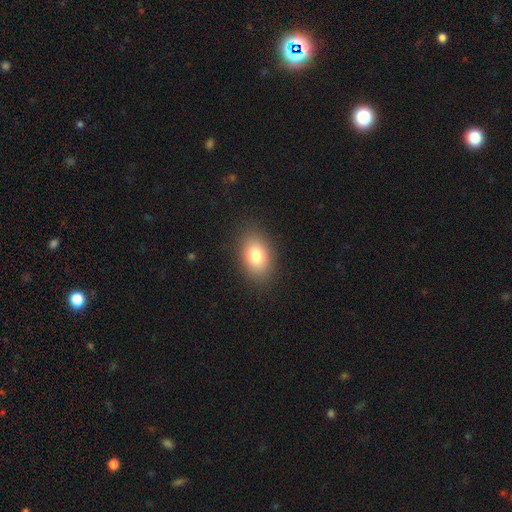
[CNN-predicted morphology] Q: Smooth or featured?
A: smooth (79%); runner-up: featured or disk (11%)
Q: How rounded?
A: in between (83%); runner-up: round (15%)
Q: Merging?
A: none (87%); runner-up: minor disturbance (9%)